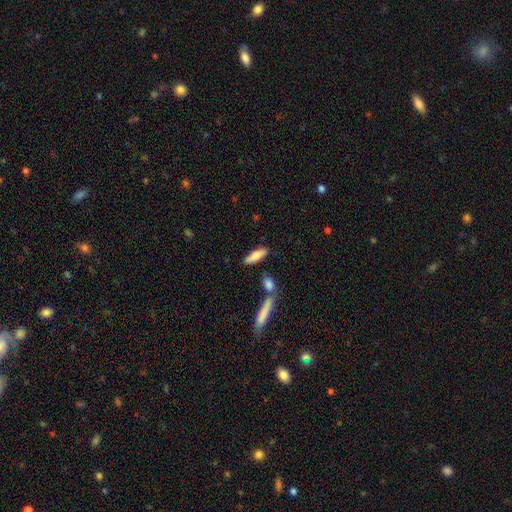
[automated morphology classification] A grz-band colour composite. It shows a smooth galaxy with no disk features (76%) that is cigar-shaped (53%). Merging: none (71%).